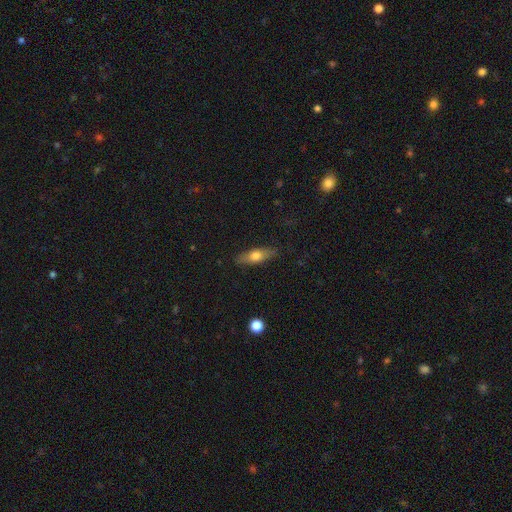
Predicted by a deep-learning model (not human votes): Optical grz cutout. It shows a smooth galaxy with no disk features (60%) that is in between round and cigar-shaped (52%). Merging: none (85%).